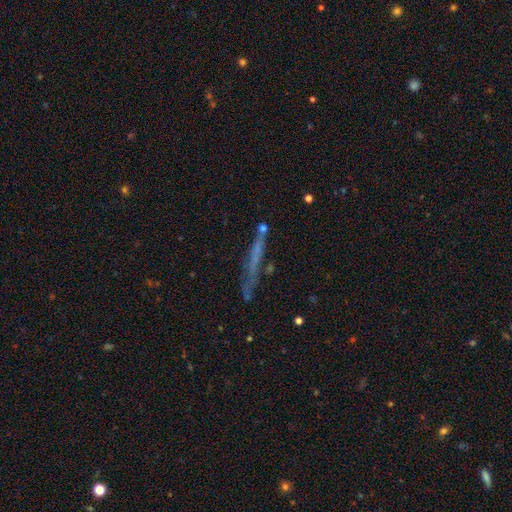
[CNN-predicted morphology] This is marginally a featured or disk galaxy (44%). Merging: likely none (72%).